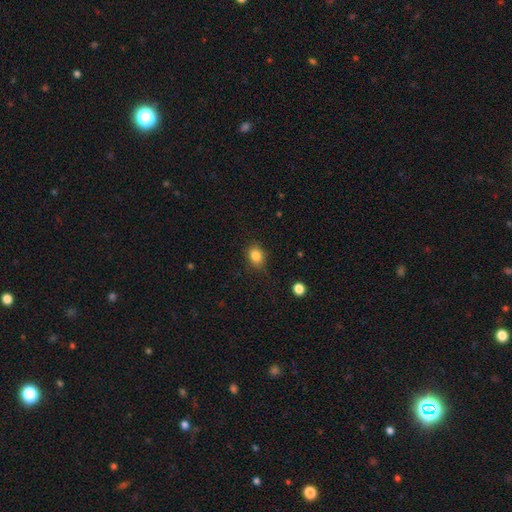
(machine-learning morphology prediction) Q: Smooth or featured?
A: smooth (84%); runner-up: star or artifact (11%)
Q: How rounded?
A: round (53%); runner-up: in between (46%)
Q: Merging?
A: none (82%); runner-up: minor disturbance (14%)